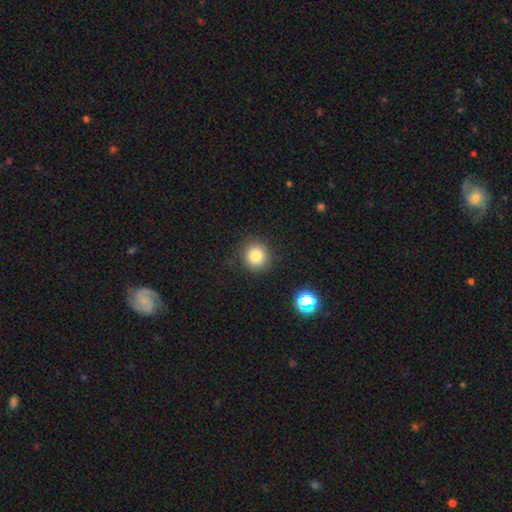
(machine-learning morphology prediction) smooth-or-featured: smooth: 82% | star or artifact: 12% | featured or disk: 6%
  how-rounded: round: 92% | in between: 7% | cigar-shaped: 1%
  merging: none: 87% | minor disturbance: 8% | major disturbance: 3% | merger: 2%